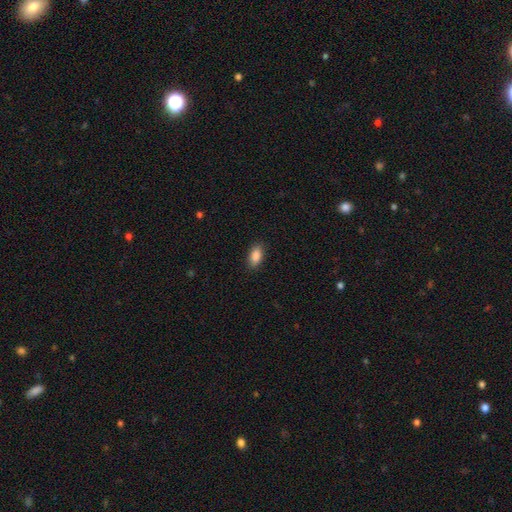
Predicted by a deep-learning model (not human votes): smooth_or_featured: smooth (p=0.88) [alt: star or artifact p=0.07]
how_rounded: in between (p=0.91) [alt: cigar-shaped p=0.05]
merging: none (p=0.89) [alt: minor disturbance p=0.08]